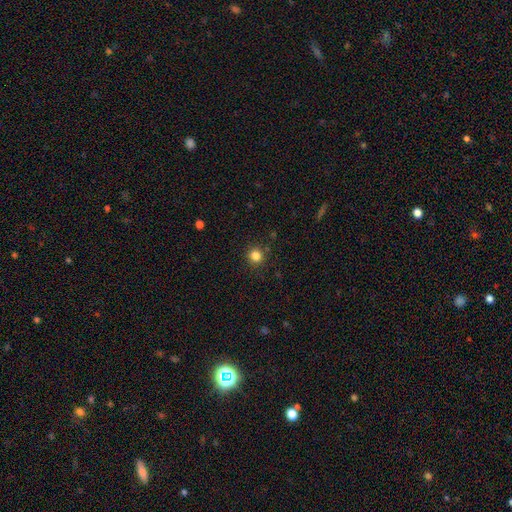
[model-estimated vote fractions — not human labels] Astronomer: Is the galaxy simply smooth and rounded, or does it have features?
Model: smooth — 83%.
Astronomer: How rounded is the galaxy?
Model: round — 90%.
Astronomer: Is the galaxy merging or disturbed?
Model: none — 89%.